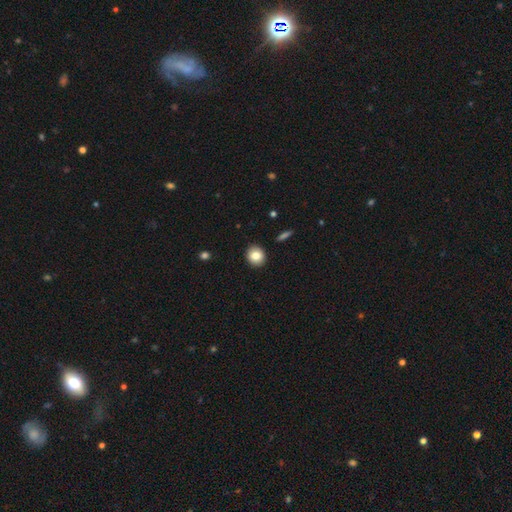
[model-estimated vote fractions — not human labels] The model was most divided on "how rounded": round: 82%, in between: 17%, cigar-shaped: 1%. More confident: merging — none (92%); smooth or featured — smooth (83%).